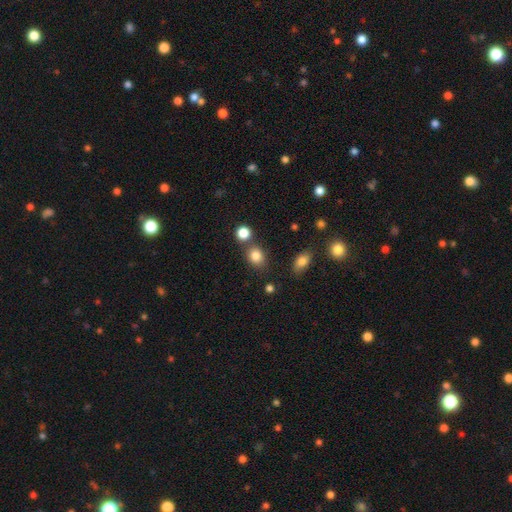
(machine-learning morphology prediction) Q: Smooth or featured?
A: smooth (83%); runner-up: star or artifact (11%)
Q: How rounded?
A: round (52%); runner-up: in between (47%)
Q: Merging?
A: none (69%); runner-up: merger (15%)